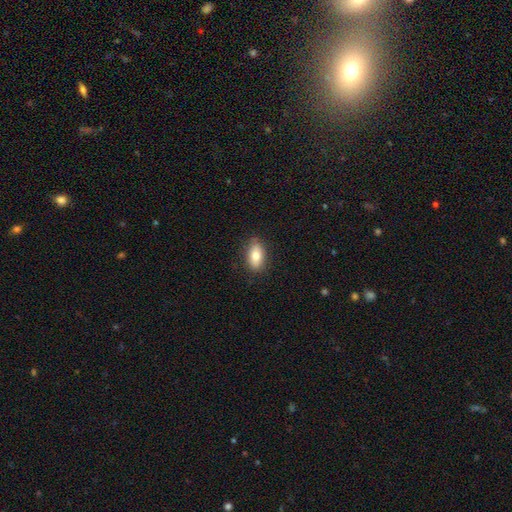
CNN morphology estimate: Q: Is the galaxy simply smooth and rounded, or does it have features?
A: smooth — 77%.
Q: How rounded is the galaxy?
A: in between — 89%.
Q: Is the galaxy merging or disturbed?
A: none — 85%.